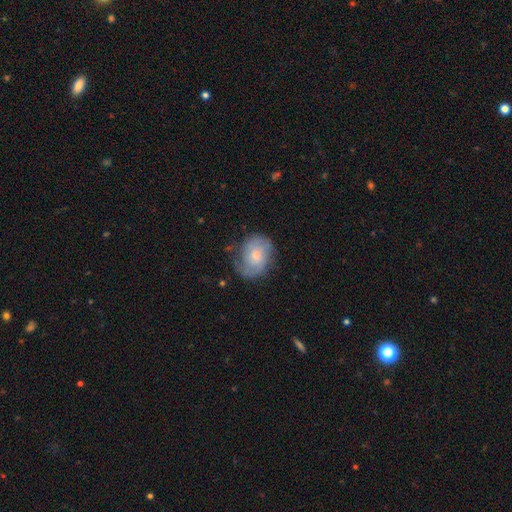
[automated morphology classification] Overall: featured or disk (53%; smooth 40%). Edge-on disk: no (97%). Bar: no (74%). Spiral arms: yes (83%). Bulge size: moderate (51%; small 40%). Merging: none (64%; minor disturbance 25%).